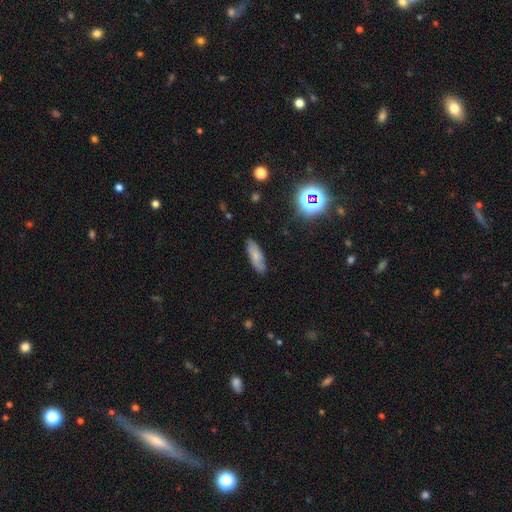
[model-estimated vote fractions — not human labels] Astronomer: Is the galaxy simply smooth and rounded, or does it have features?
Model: smooth — 67%.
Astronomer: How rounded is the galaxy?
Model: in between — 56% (runner-up: cigar-shaped, 42%).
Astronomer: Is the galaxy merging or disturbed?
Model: none — 80%.